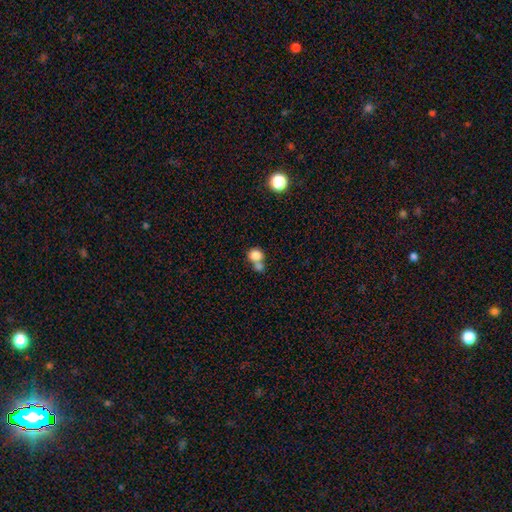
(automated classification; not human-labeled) Morphology: type=smooth (81%); roundness=round (75%); merging=merger (56%).